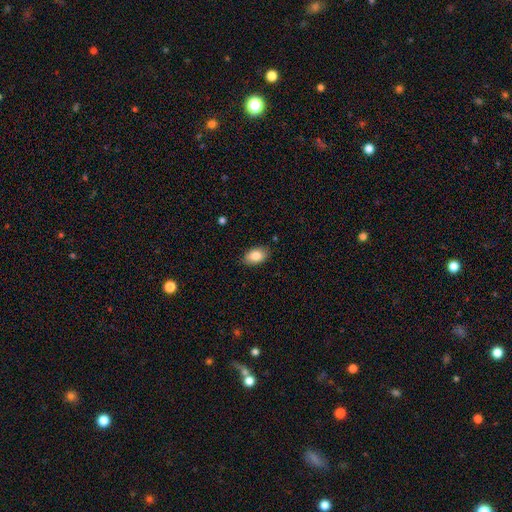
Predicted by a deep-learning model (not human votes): The model was most divided on "smooth or featured": smooth: 83%, featured or disk: 10%, star or artifact: 7%. More confident: how rounded — in between (91%); merging — none (85%).